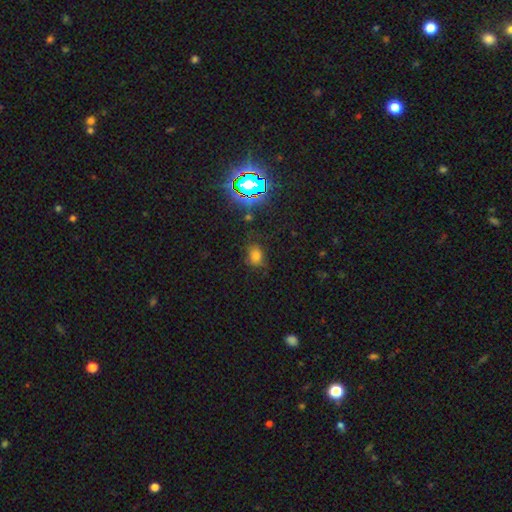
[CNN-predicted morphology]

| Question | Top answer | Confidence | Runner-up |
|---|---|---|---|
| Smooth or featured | smooth | 67% | star or artifact (25%) |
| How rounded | in between | 68% | round (30%) |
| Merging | none | 71% | minor disturbance (20%) |